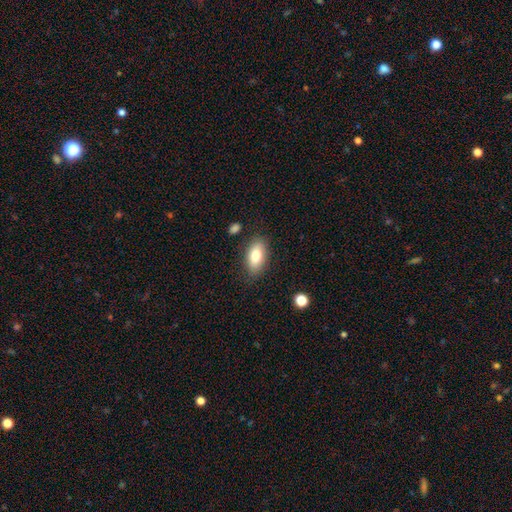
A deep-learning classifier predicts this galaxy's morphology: This is clearly a smooth galaxy (80%). How rounded: clearly in between (90%). Merging: clearly none (82%).